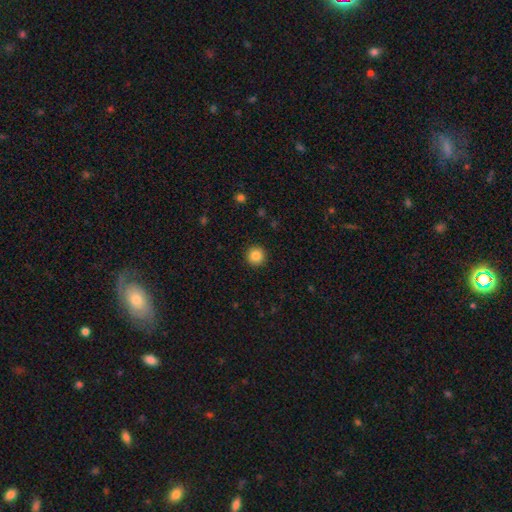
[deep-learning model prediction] A smooth galaxy with no disk features (85%) that is round (96%).

Vote fractions:
- Smooth or featured? smooth: 85% / star or artifact: 10% / featured or disk: 5%
- How rounded? round: 96% / in between: 3% / cigar-shaped: 1%
- Merging? none: 93% / minor disturbance: 4% / major disturbance: 2% / merger: 1%